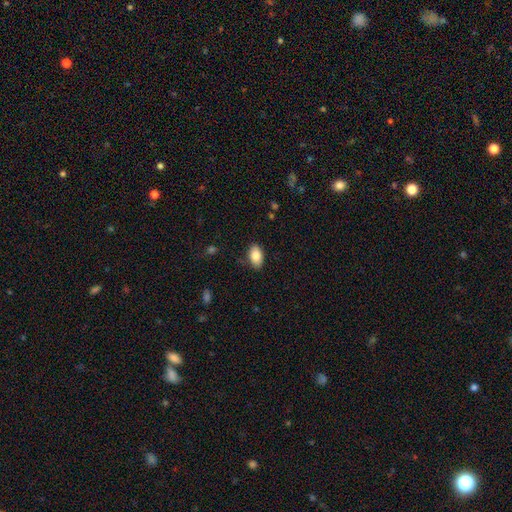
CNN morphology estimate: This is clearly a smooth galaxy (84%). How rounded: clearly in between (92%). Merging: clearly none (84%).